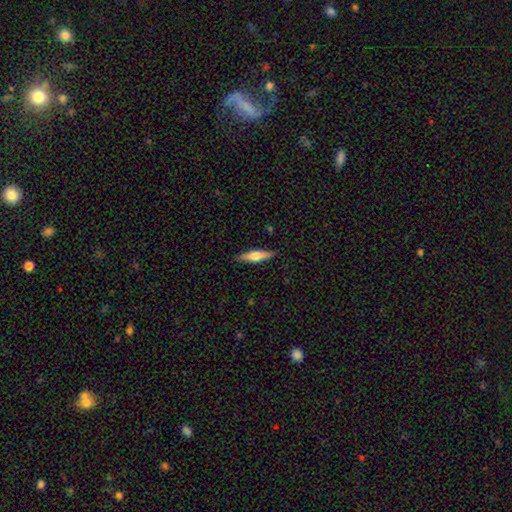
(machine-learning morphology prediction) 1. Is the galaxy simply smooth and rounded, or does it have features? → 50% smooth, 45% featured or disk, 6% star or artifact.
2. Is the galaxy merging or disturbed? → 89% none, 8% minor disturbance, 2% major disturbance, 1% merger.